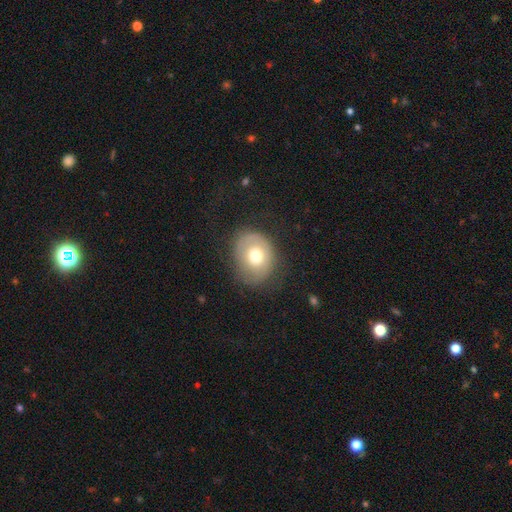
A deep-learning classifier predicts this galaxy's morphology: Smooth or featured? smooth (66%)
How rounded? round (55%)
Merging? none (68%)